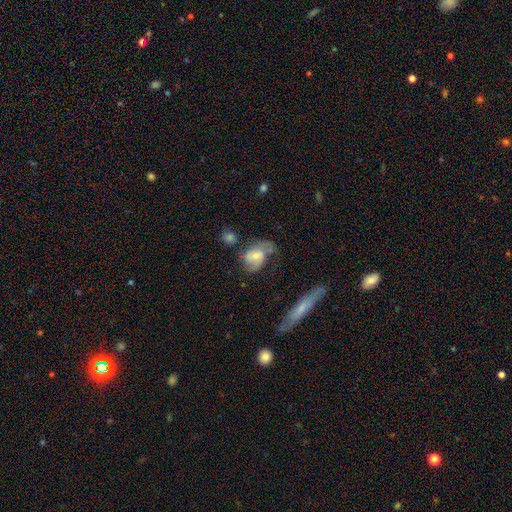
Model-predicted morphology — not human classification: smooth 48%, featured or disk 43%, star or artifact 8%. Down the decision tree: merging — none (31%).